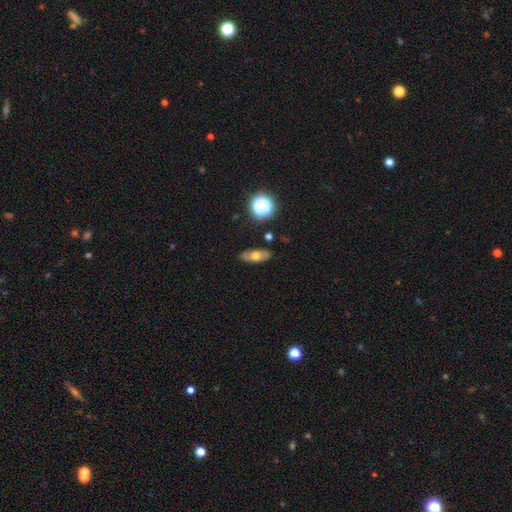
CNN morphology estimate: Smooth or featured? Predicted: smooth (p=0.56). How rounded? Predicted: in between (p=0.71). Merging? Predicted: none (p=0.85).